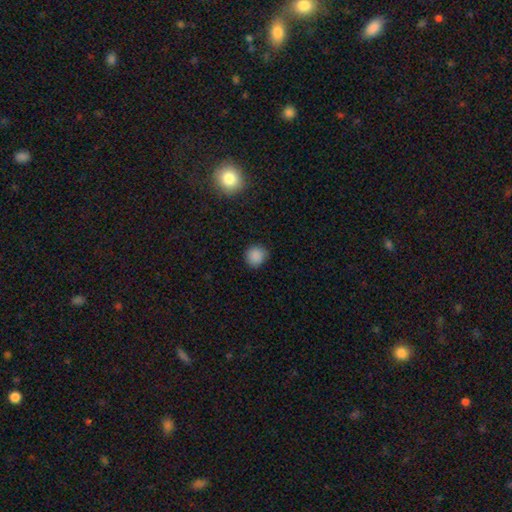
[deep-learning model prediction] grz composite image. It shows a smooth galaxy with no disk features (86%) that is round (91%). Merging: none (87%).